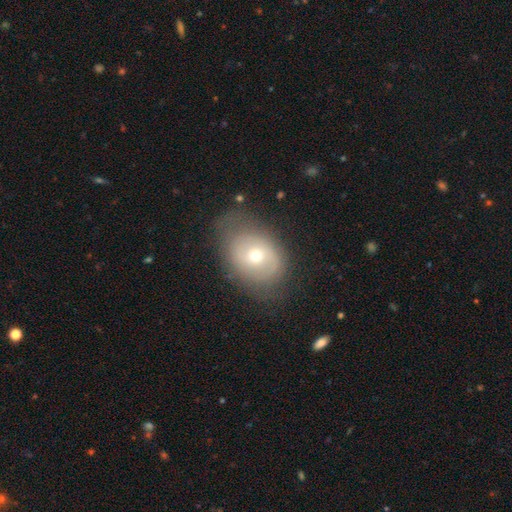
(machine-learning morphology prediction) smooth_or_featured: smooth (p=0.45) [alt: featured or disk p=0.44]
merging: none (p=0.66) [alt: minor disturbance p=0.23]